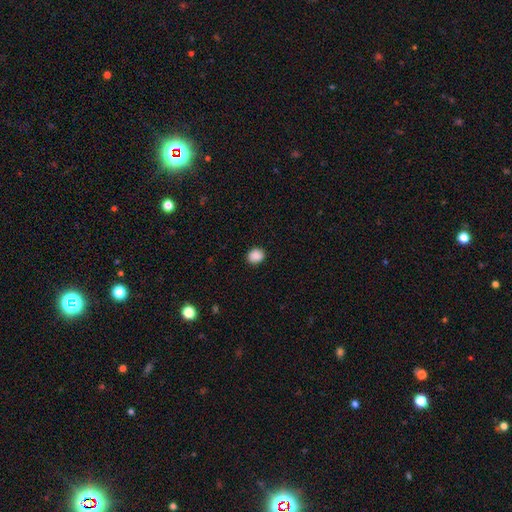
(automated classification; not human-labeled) A smooth galaxy with no disk features (89%) that is round (69%). Merging: none (89%).